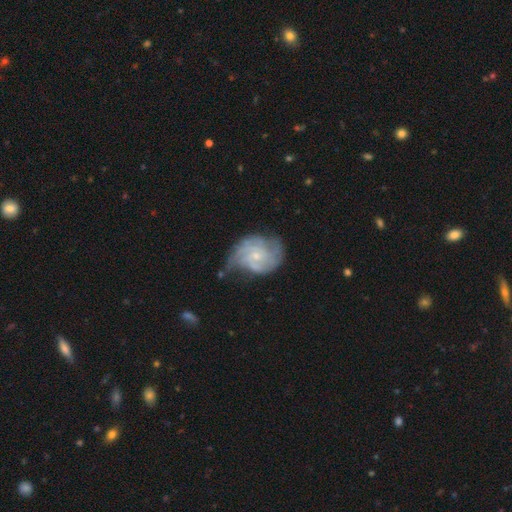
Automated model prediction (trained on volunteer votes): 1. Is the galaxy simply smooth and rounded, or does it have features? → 80% featured or disk, 14% smooth, 6% star or artifact.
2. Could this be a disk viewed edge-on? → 98% no, 2% yes.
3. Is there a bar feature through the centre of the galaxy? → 67% no, 29% weak, 4% strong.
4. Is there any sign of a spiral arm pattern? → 93% yes, 7% no.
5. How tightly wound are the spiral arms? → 51% tight, 36% medium, 12% loose.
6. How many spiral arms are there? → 33% 2, 29% can't tell, 20% 3, 8% 4, 6% 1, 5% more than 4.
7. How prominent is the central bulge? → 73% small, 21% moderate, 4% none, 1% large, 1% dominant.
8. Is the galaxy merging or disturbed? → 48% none, 29% minor disturbance, 19% major disturbance, 4% merger.